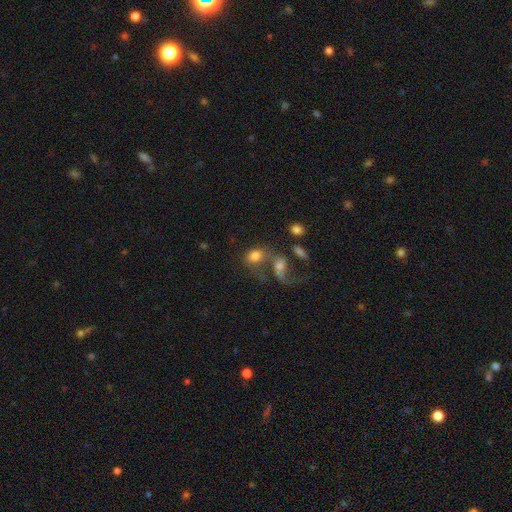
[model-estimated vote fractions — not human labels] Morphology: type=smooth (66%); roundness=in between (55%); merging=merger (53%).